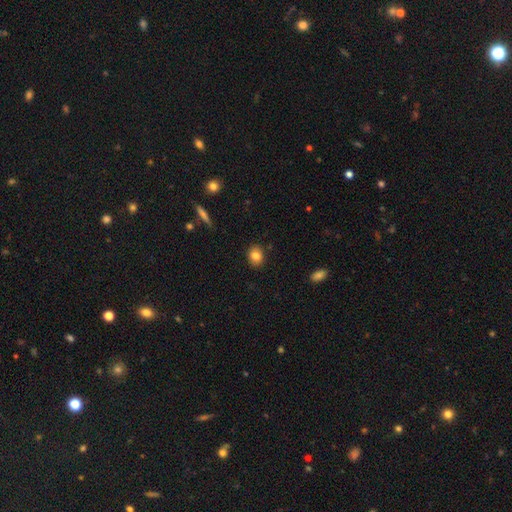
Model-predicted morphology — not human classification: smooth_or_featured: smooth (p=0.83) [alt: star or artifact p=0.09]
how_rounded: in between (p=0.50) [alt: round p=0.48]
merging: none (p=0.88) [alt: minor disturbance p=0.09]